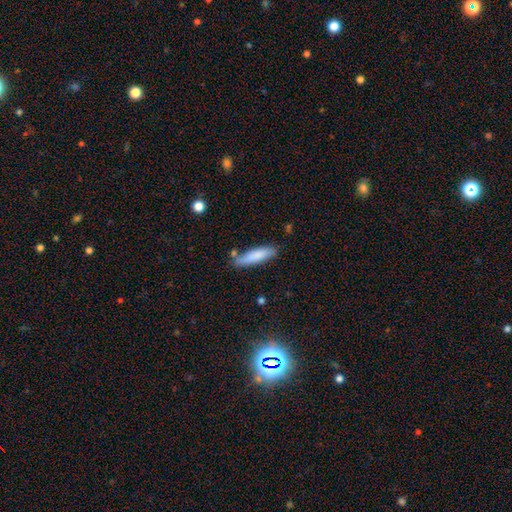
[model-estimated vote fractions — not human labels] This appears to be a smooth galaxy with no disk features (82%) that is cigar-shaped (72%). Merging: none (76%).